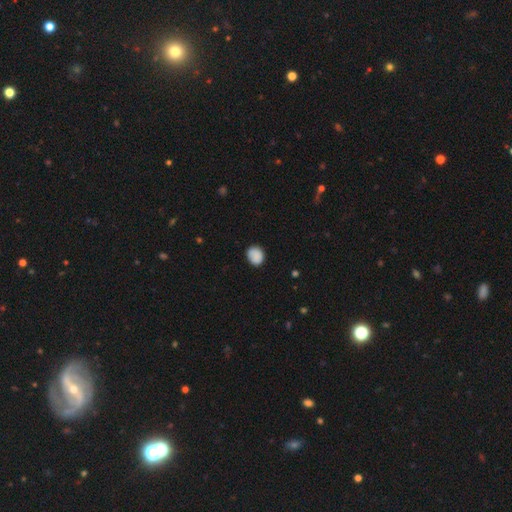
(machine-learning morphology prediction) Smooth or featured? smooth (88%)
How rounded? round (70%)
Merging? none (82%)